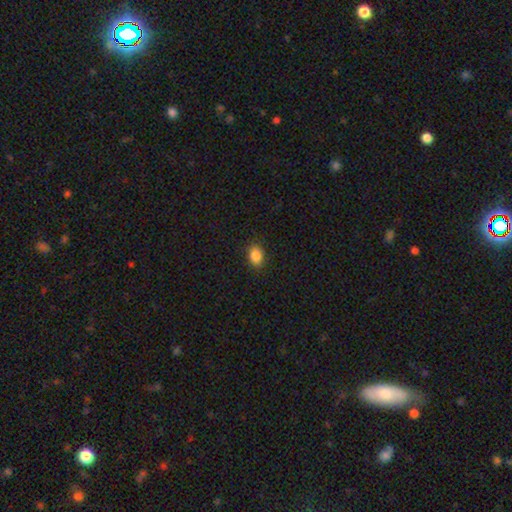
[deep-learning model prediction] Smooth or featured: smooth — 87% (star or artifact — 9%)
How rounded: in between — 76% (round — 22%)
Merging: none — 87% (minor disturbance — 10%)